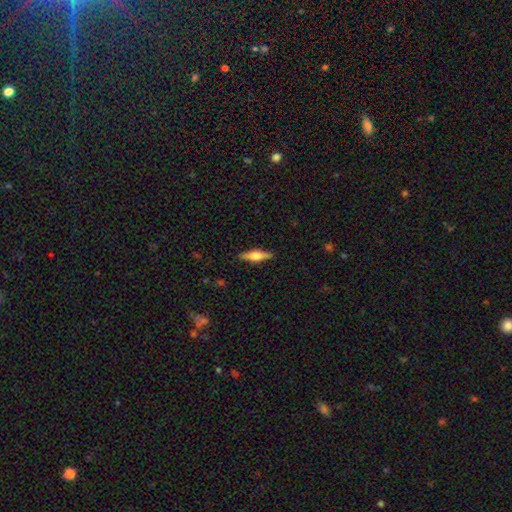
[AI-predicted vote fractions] A featured or disk galaxy (50%).

Vote fractions:
- Smooth or featured? featured or disk: 50% / smooth: 44% / star or artifact: 6%
- Merging? none: 89% / minor disturbance: 8% / major disturbance: 2% / merger: 1%